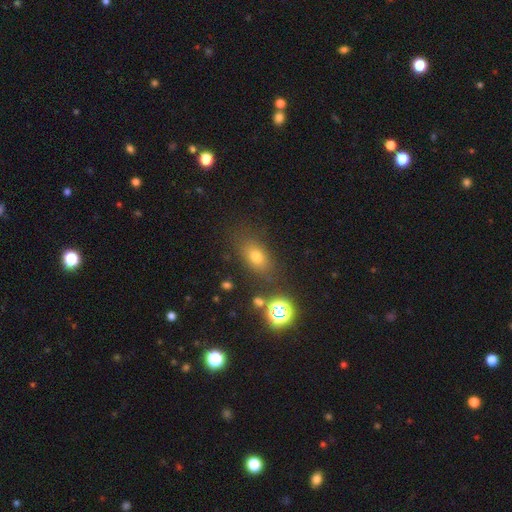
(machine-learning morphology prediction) Smooth or featured? smooth (69%)
How rounded? in between (75%)
Merging? none (78%)